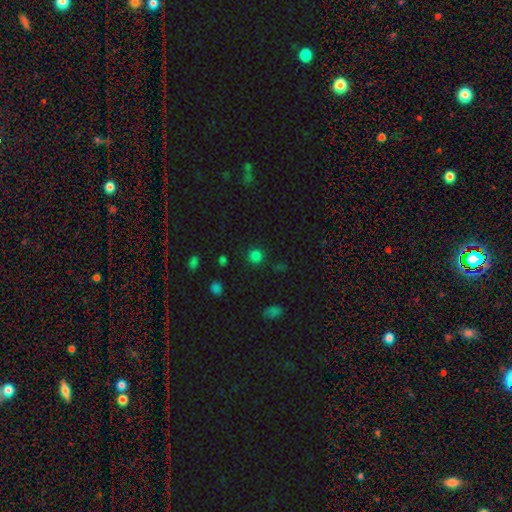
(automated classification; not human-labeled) A smooth galaxy with no disk features (77%) that is round (92%). Merging: none (87%).